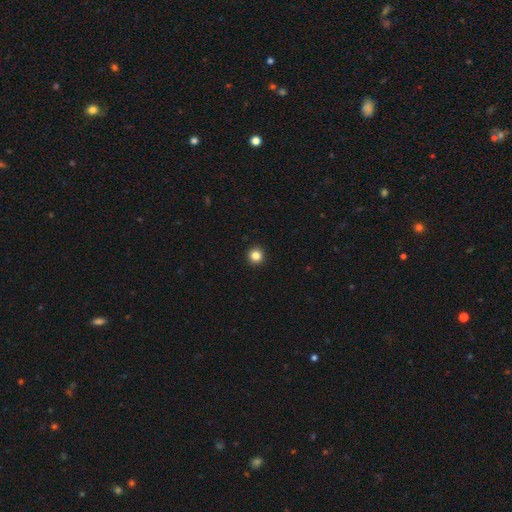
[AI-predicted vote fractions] Morphology: type=smooth (84%); roundness=round (95%); merging=none (94%).